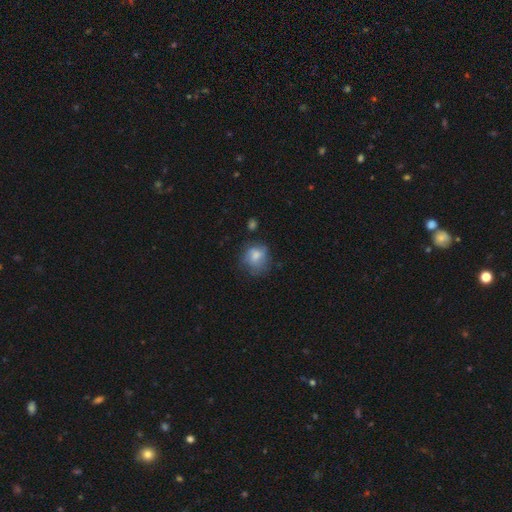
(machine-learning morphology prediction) smooth_or_featured: smooth (p=0.72) [alt: featured or disk p=0.19]
how_rounded: round (p=0.66) [alt: in between p=0.33]
merging: none (p=0.55) [alt: minor disturbance p=0.27]